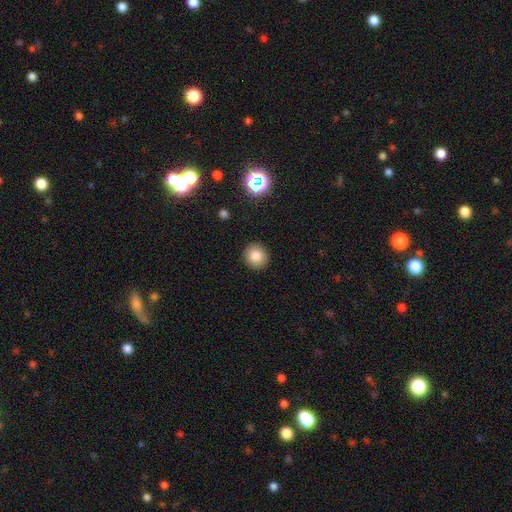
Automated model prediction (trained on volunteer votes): Q: Smooth or featured?
A: smooth (83%); runner-up: star or artifact (11%)
Q: How rounded?
A: round (91%); runner-up: in between (8%)
Q: Merging?
A: none (91%); runner-up: minor disturbance (6%)